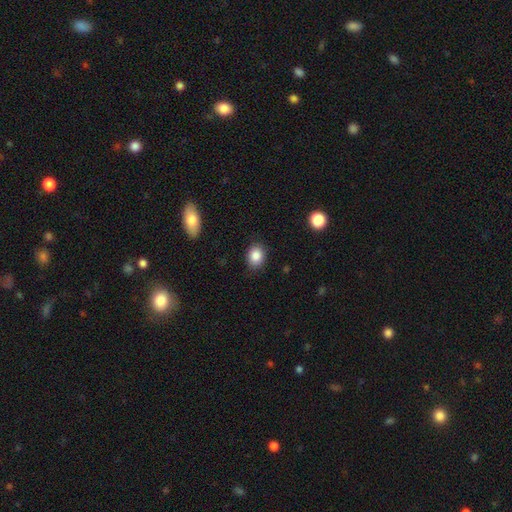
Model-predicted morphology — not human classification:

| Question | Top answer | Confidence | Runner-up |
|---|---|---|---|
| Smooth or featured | smooth | 86% | star or artifact (9%) |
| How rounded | in between | 53% | round (46%) |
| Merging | none | 86% | minor disturbance (11%) |